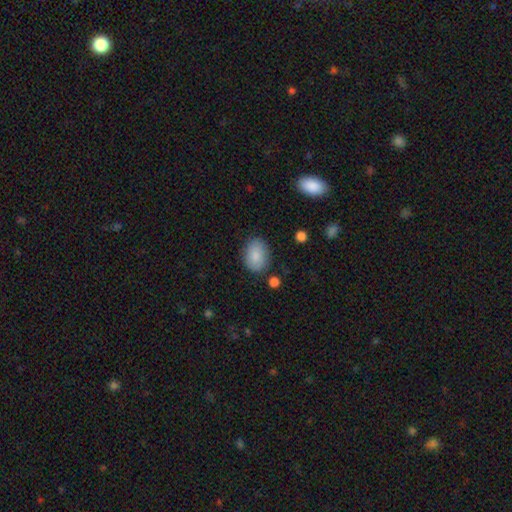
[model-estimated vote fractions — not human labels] The model was most divided on "how rounded": in between: 74%, round: 25%, cigar-shaped: 1%. More confident: smooth or featured — smooth (85%); merging — none (80%).